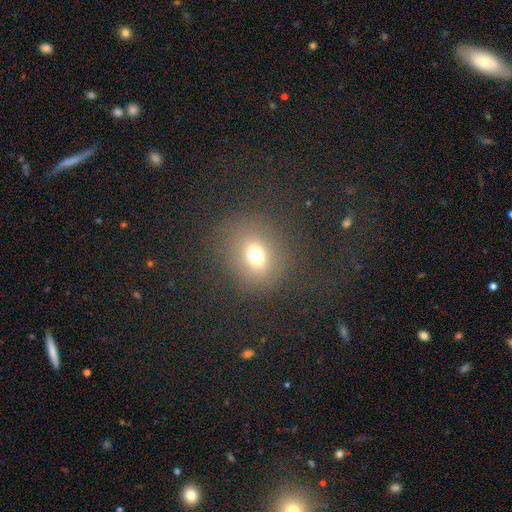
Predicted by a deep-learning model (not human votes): Smooth or featured?
  - smooth: 69% *
  - star or artifact: 20%
  - featured or disk: 11%
How rounded?
  - round: 73% *
  - in between: 26%
  - cigar-shaped: 1%
Merging?
  - none: 81% *
  - minor disturbance: 10%
  - major disturbance: 8%
  - merger: 2%